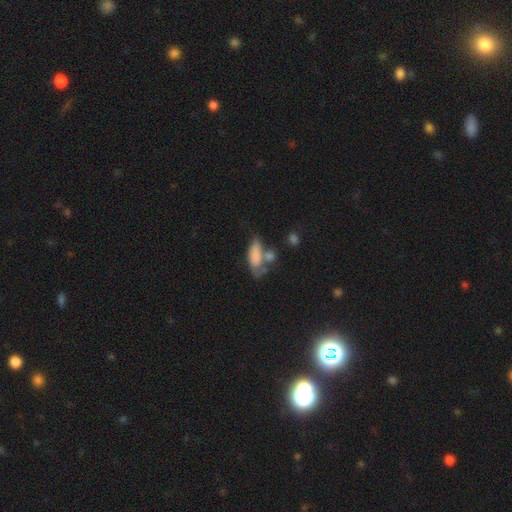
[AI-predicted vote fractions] Morphology: type=smooth (75%); roundness=in between (78%); merging=none (33%).